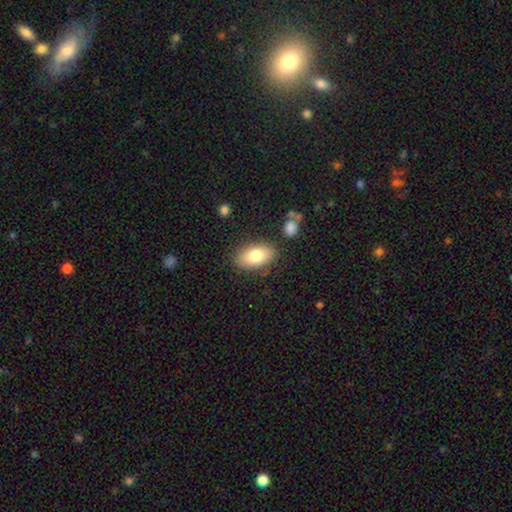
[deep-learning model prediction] A smooth galaxy with no disk features (78%) that is in between round and cigar-shaped (92%). Merging: none (82%).